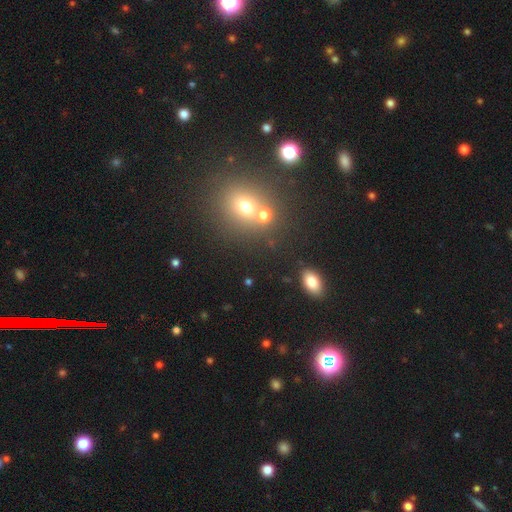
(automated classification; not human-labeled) Smooth or featured: smooth — 49% (star or artifact — 38%)
Merging: none — 61% (merger — 28%)